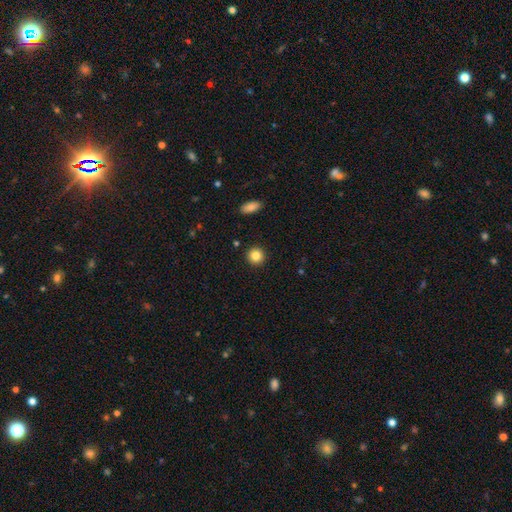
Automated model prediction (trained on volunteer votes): A smooth galaxy with no disk features (84%) that is round (93%).

Vote fractions:
- Smooth or featured? smooth: 84% / star or artifact: 10% / featured or disk: 6%
- How rounded? round: 93% / in between: 6% / cigar-shaped: 1%
- Merging? none: 92% / minor disturbance: 5% / major disturbance: 2% / merger: 1%